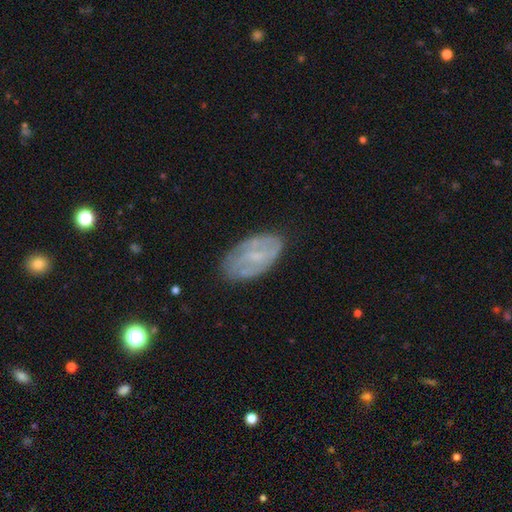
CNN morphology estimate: type=featured or disk (61%); edge-on=no (94%); bar=weak (48%); spiral arms=yes (62%); bulge=small (58%); merging=none (76%).